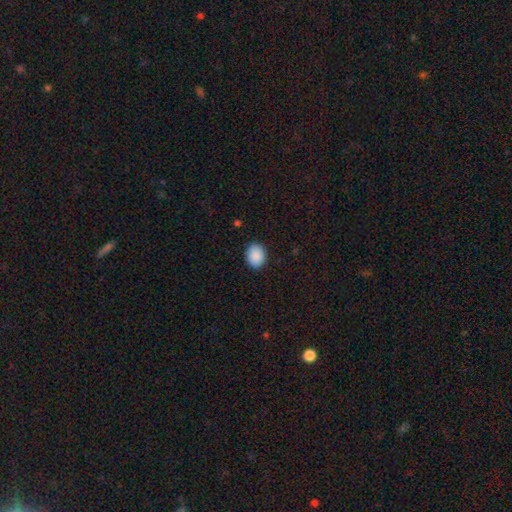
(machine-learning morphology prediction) Smooth or featured: smooth — 90% (star or artifact — 7%)
How rounded: in between — 56% (round — 43%)
Merging: none — 89% (minor disturbance — 8%)